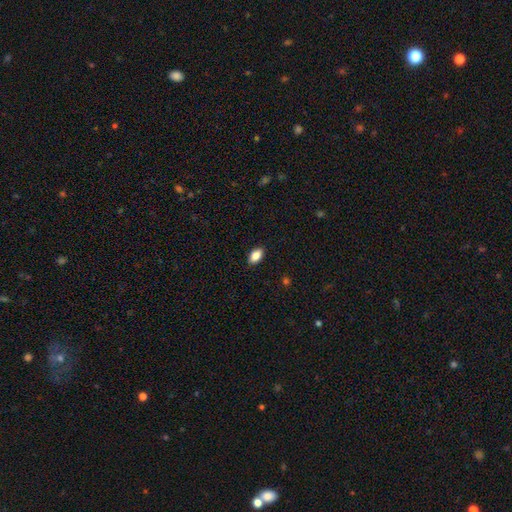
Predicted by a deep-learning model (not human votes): The model was most divided on "merging": none: 88%, minor disturbance: 9%, major disturbance: 2%, merger: 1%. More confident: how rounded — in between (91%); smooth or featured — smooth (88%).